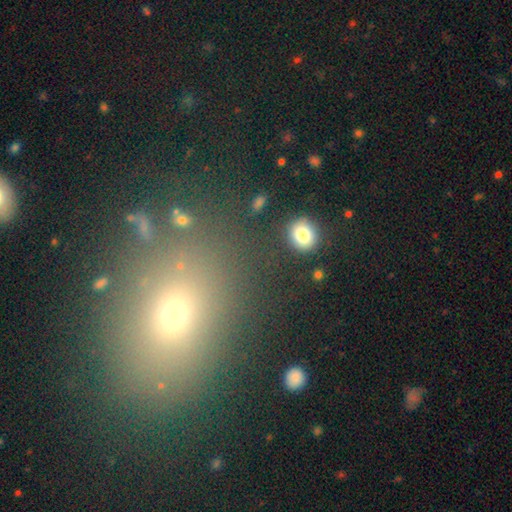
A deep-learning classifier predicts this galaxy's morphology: smooth-or-featured: smooth: 61% | star or artifact: 27% | featured or disk: 12%
  how-rounded: in between: 56% | round: 42% | cigar-shaped: 2%
  merging: none: 81% | minor disturbance: 10% | major disturbance: 5% | merger: 4%